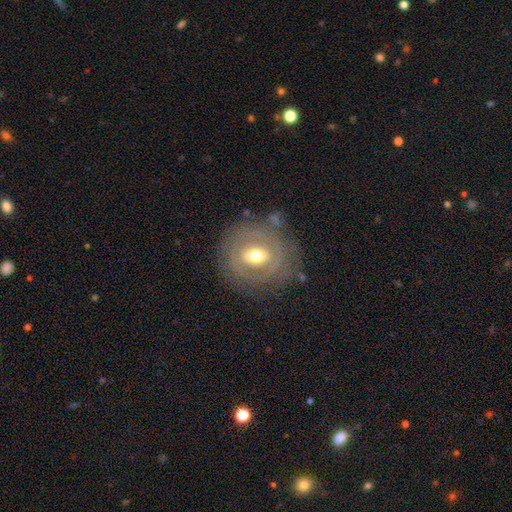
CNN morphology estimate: Overall: featured or disk (61%; smooth 31%). Edge-on disk: no (91%). Bar: weak (40%; strong 32%). Spiral arms: no (72%). Bulge size: moderate (69%). Merging: none (74%).